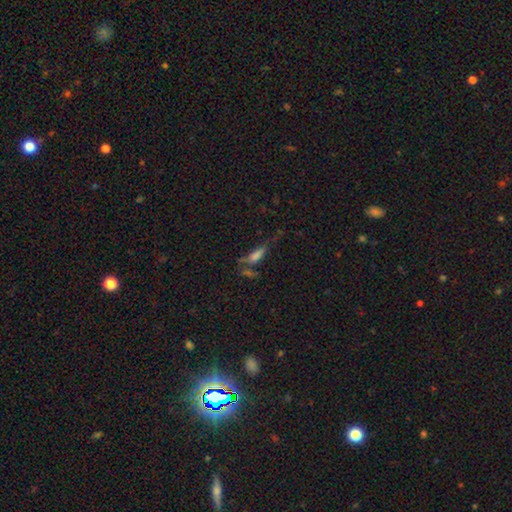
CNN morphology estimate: Smooth or featured? smooth (61%)
How rounded? cigar-shaped (51%)
Merging? none (46%)